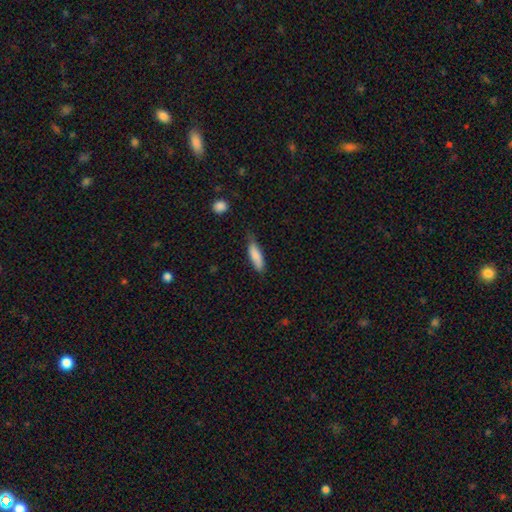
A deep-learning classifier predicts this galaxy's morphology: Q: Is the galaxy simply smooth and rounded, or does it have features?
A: smooth — 83%.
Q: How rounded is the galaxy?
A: cigar-shaped — 55%.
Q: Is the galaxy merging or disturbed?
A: none — 61%.